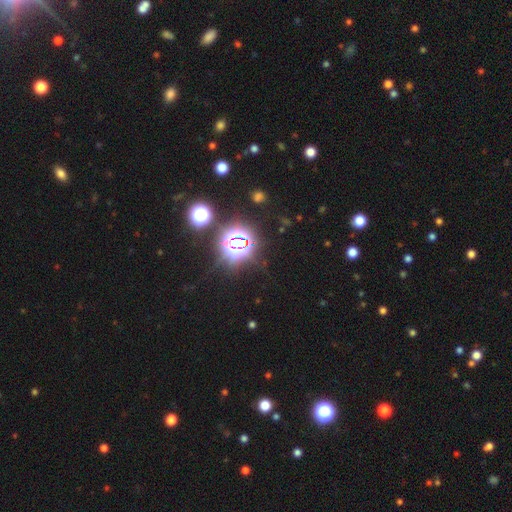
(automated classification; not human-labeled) A star or artifact, not a galaxy (79%).